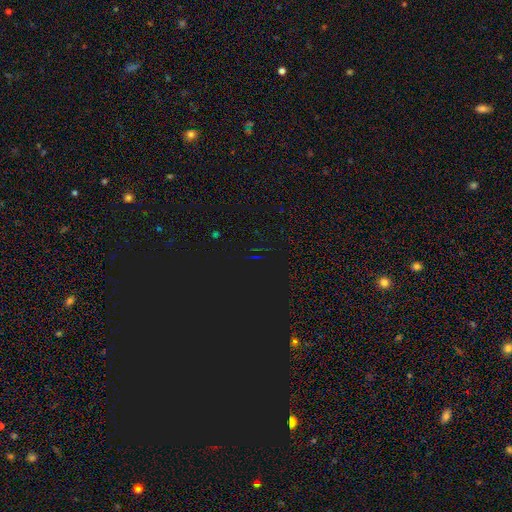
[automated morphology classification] smooth-or-featured: star or artifact: 79% | smooth: 12% | featured or disk: 9%